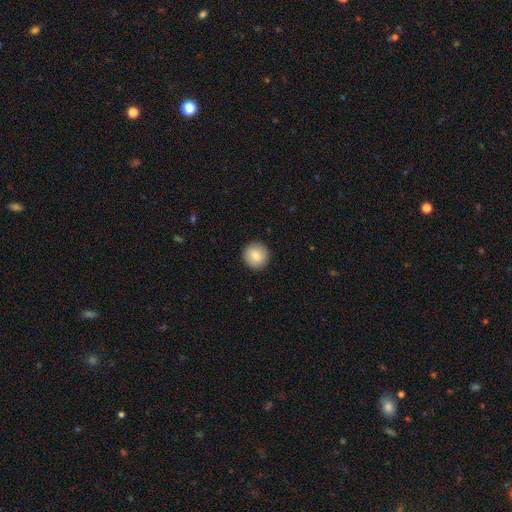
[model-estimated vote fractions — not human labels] Q: Smooth or featured?
A: smooth (81%); runner-up: featured or disk (11%)
Q: How rounded?
A: round (95%); runner-up: in between (4%)
Q: Merging?
A: none (92%); runner-up: minor disturbance (6%)